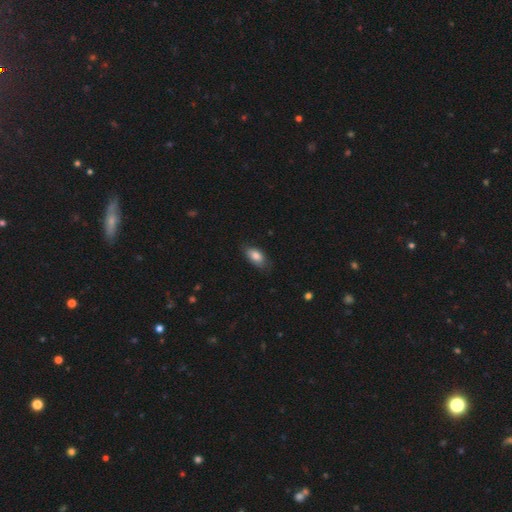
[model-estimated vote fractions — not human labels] smooth 83%, featured or disk 11%, star or artifact 7%. Down the decision tree: how rounded — in between (90%); merging — none (76%).